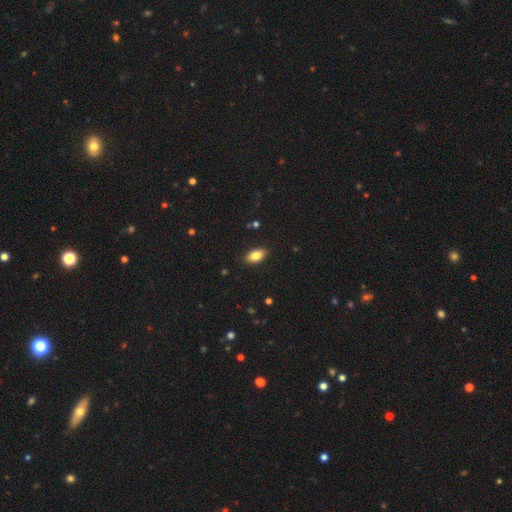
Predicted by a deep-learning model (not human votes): A smooth galaxy with no disk features (81%) that is in between round and cigar-shaped (91%).

Vote fractions:
- Smooth or featured? smooth: 81% / featured or disk: 11% / star or artifact: 8%
- How rounded? in between: 91% / round: 5% / cigar-shaped: 4%
- Merging? none: 87% / minor disturbance: 10% / major disturbance: 2% / merger: 1%